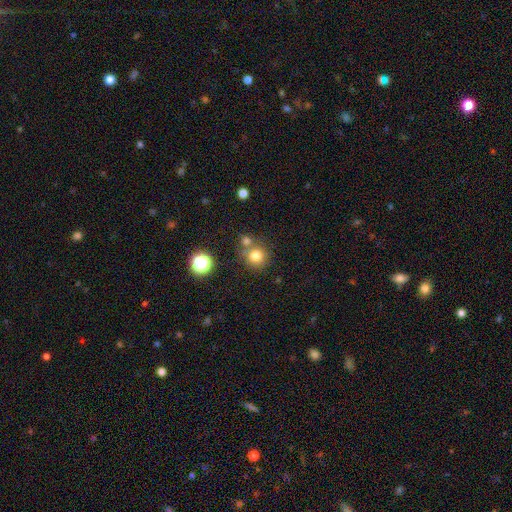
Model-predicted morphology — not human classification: Smooth or featured? smooth (78%)
How rounded? round (90%)
Merging? none (64%)